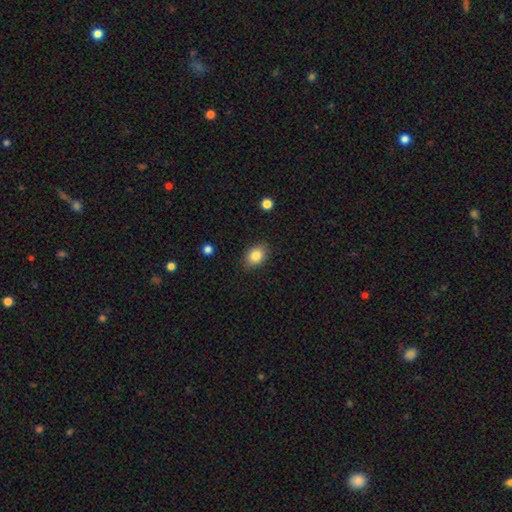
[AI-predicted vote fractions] Smooth or featured? Predicted: smooth (p=0.84). How rounded? Predicted: in between (p=0.67). Merging? Predicted: none (p=0.86).